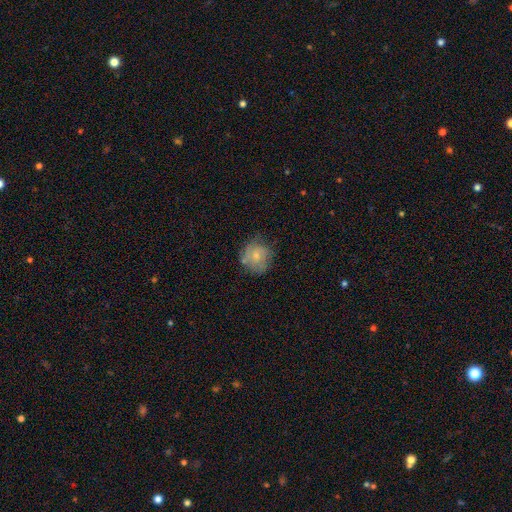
Morphology: type=smooth (58%); roundness=round (95%); merging=none (54%).